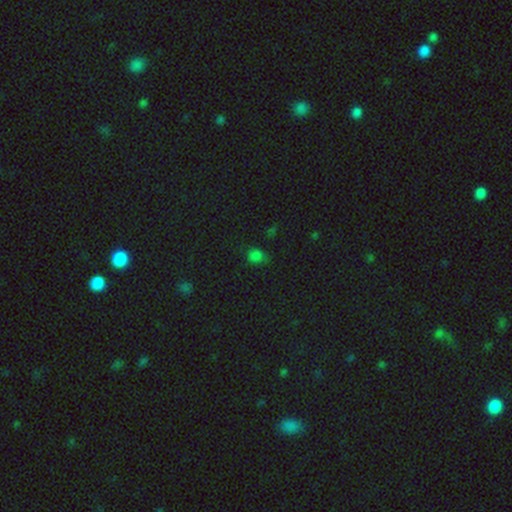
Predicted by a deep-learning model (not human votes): Smooth or featured?
  - smooth: 68% *
  - star or artifact: 27%
  - featured or disk: 4%
How rounded?
  - round: 58% *
  - in between: 40%
  - cigar-shaped: 1%
Merging?
  - none: 70% *
  - minor disturbance: 21%
  - major disturbance: 6%
  - merger: 3%